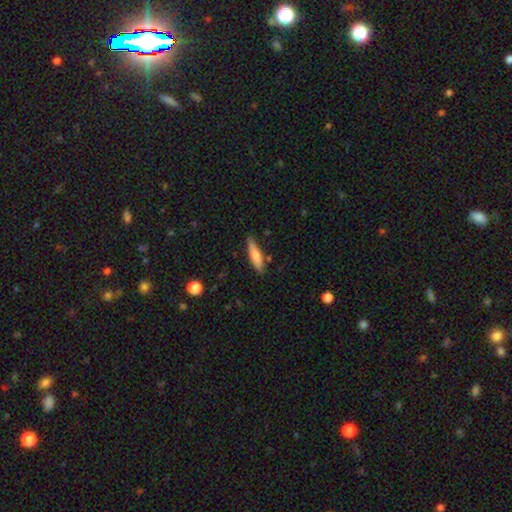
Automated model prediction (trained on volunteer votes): smooth-or-featured: smooth: 75% | featured or disk: 19% | star or artifact: 6%
  how-rounded: cigar-shaped: 75% | in between: 24% | round: 2%
  merging: none: 79% | minor disturbance: 16% | merger: 3% | major disturbance: 3%